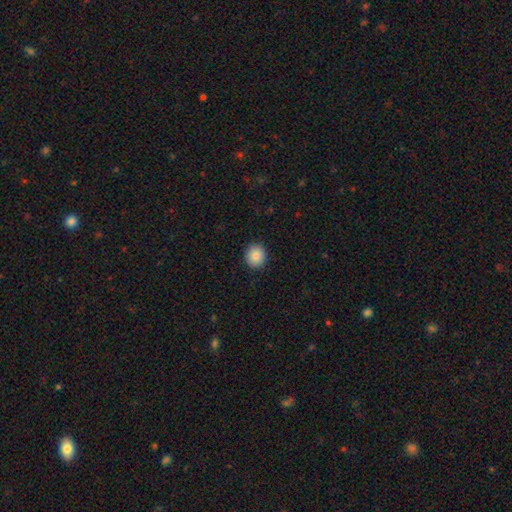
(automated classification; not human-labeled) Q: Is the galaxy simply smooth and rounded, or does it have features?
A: smooth — 88%.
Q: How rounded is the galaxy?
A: round — 87%.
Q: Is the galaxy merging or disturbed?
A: none — 92%.